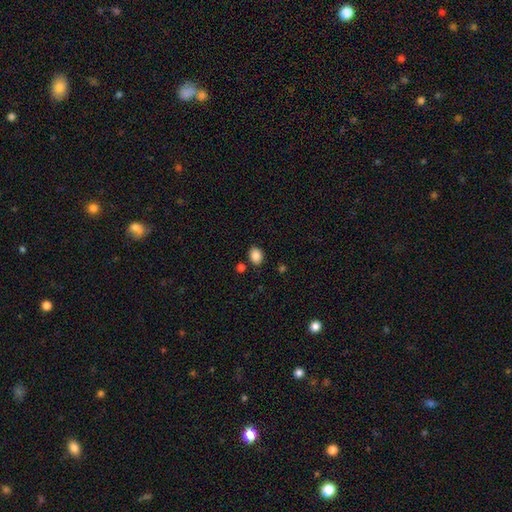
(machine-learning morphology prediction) A smooth galaxy with no disk features (86%) that is in between round and cigar-shaped (60%). Merging: none (85%).